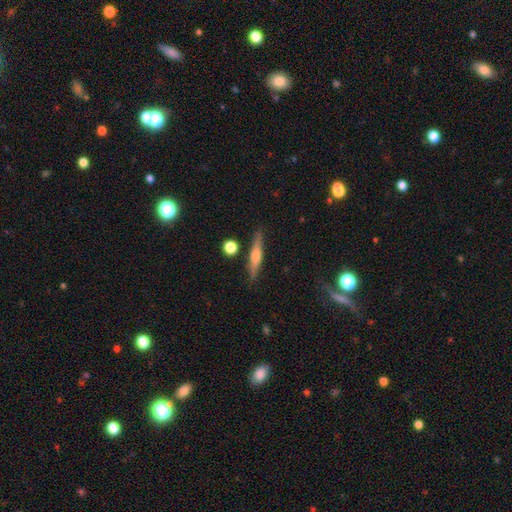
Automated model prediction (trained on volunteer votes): This is possibly a featured or disk galaxy (59%). It is clearly viewed edge-on (96%). Edge-on bulge: likely rounded (77%). Merging: clearly none (87%).